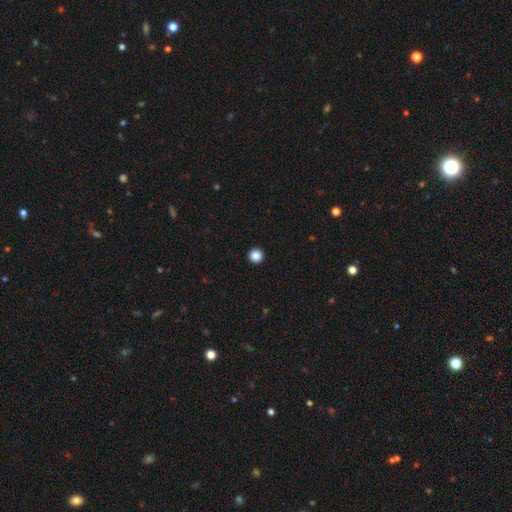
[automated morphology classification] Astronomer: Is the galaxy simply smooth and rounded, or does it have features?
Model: smooth — 87%.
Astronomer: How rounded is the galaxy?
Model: round — 97%.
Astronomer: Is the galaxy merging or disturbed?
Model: none — 94%.